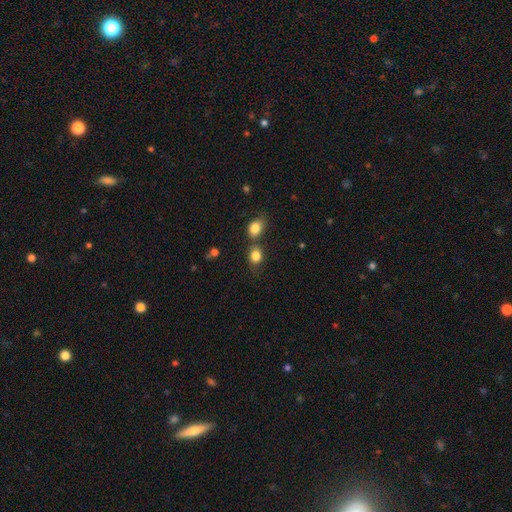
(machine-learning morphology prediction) smooth-or-featured: smooth: 83% | star or artifact: 10% | featured or disk: 6%
  how-rounded: round: 58% | in between: 40% | cigar-shaped: 1%
  merging: none: 55% | merger: 28% | minor disturbance: 12% | major disturbance: 4%